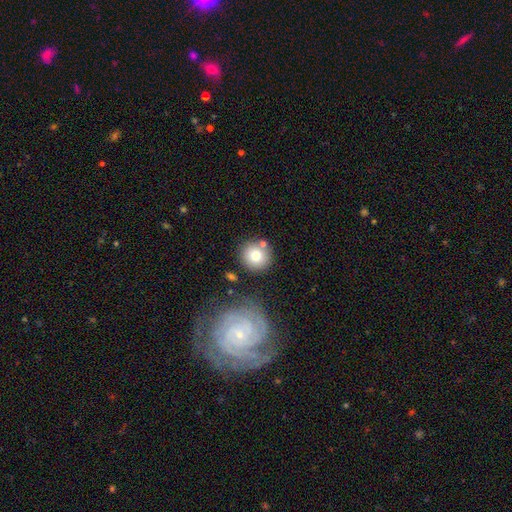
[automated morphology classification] smooth-or-featured: smooth: 78% | featured or disk: 13% | star or artifact: 9%
  how-rounded: round: 91% | in between: 8% | cigar-shaped: 1%
  merging: none: 74% | merger: 12% | minor disturbance: 11% | major disturbance: 4%